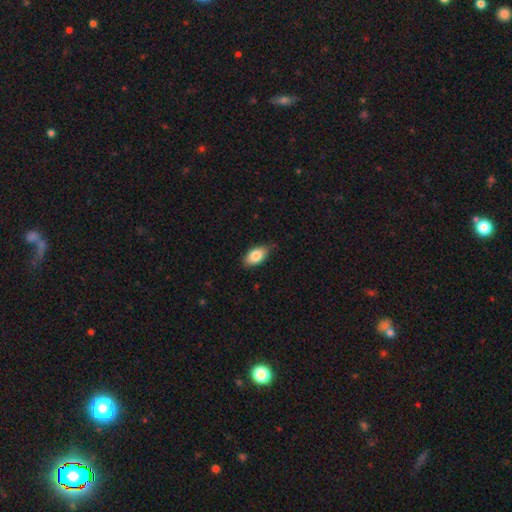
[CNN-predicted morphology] A smooth galaxy with no disk features (83%) that is in between round and cigar-shaped (92%).

Vote fractions:
- Smooth or featured? smooth: 83% / featured or disk: 10% / star or artifact: 7%
- How rounded? in between: 92% / round: 5% / cigar-shaped: 3%
- Merging? none: 76% / minor disturbance: 20% / major disturbance: 3% / merger: 1%